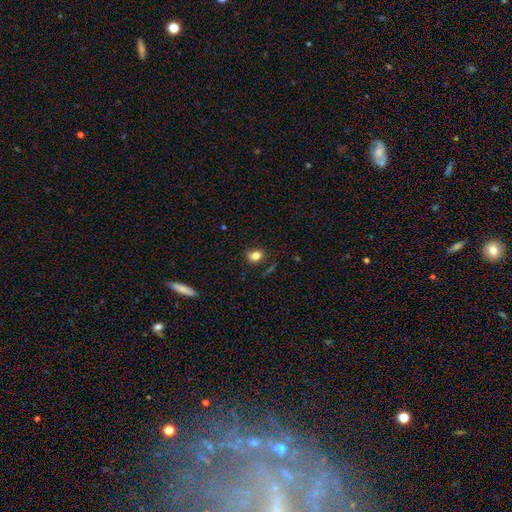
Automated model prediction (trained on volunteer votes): The model was most divided on "how rounded": in between: 58%, round: 40%, cigar-shaped: 2%. More confident: smooth or featured — smooth (79%); merging — none (73%).